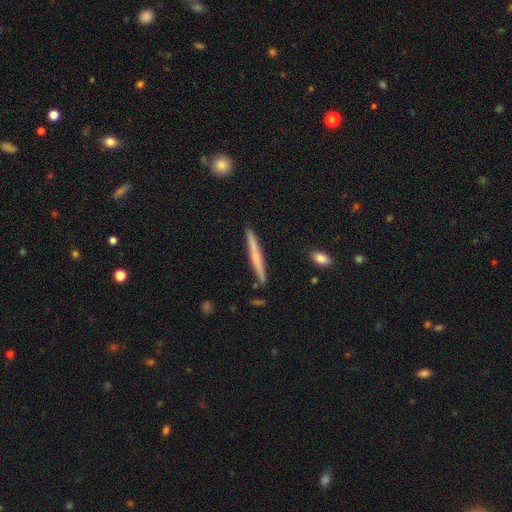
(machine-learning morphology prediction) Q: Smooth or featured?
A: smooth (53%); runner-up: featured or disk (41%)
Q: How rounded?
A: cigar-shaped (96%); runner-up: in between (2%)
Q: Merging?
A: none (90%); runner-up: minor disturbance (7%)